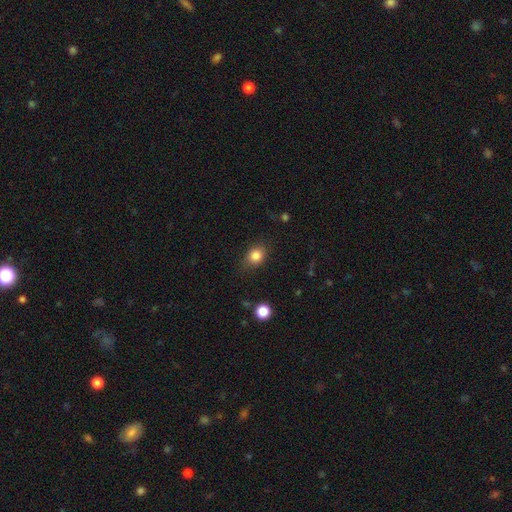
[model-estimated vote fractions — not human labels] Smooth or featured: smooth — 83% (star or artifact — 11%)
How rounded: round — 55% (in between — 44%)
Merging: none — 77% (minor disturbance — 17%)